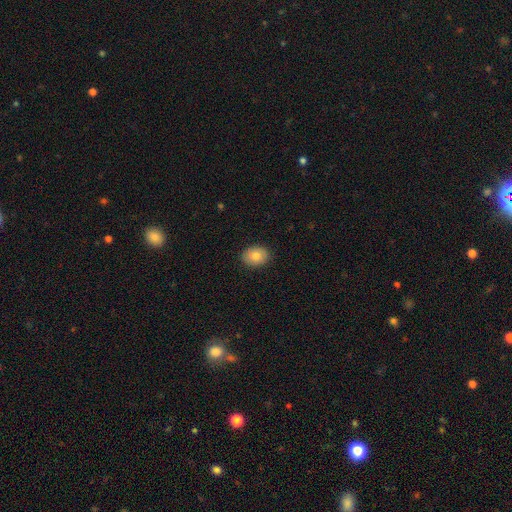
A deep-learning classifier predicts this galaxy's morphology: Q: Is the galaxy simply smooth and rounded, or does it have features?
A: smooth — 83%.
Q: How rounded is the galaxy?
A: in between — 62%.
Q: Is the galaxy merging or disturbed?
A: none — 88%.